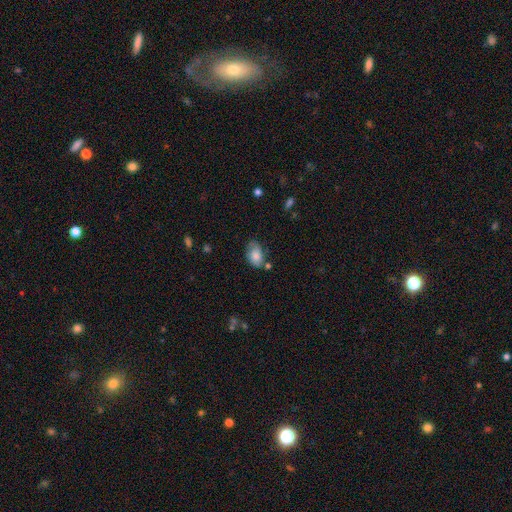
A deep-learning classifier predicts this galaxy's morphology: type=smooth (78%); roundness=in between (90%); merging=none (57%).